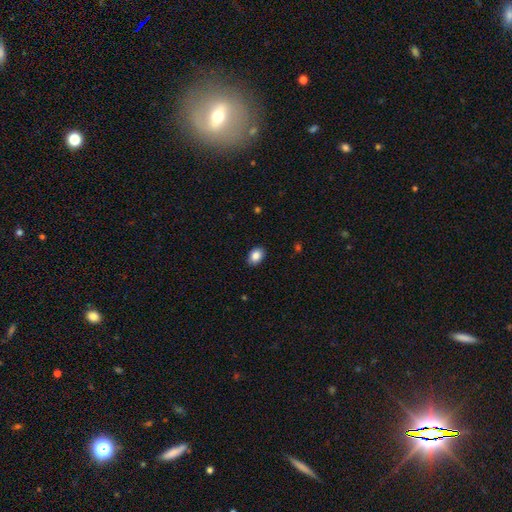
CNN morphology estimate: smooth 87%, star or artifact 8%, featured or disk 5%. Down the decision tree: how rounded — in between (76%); merging — none (89%).